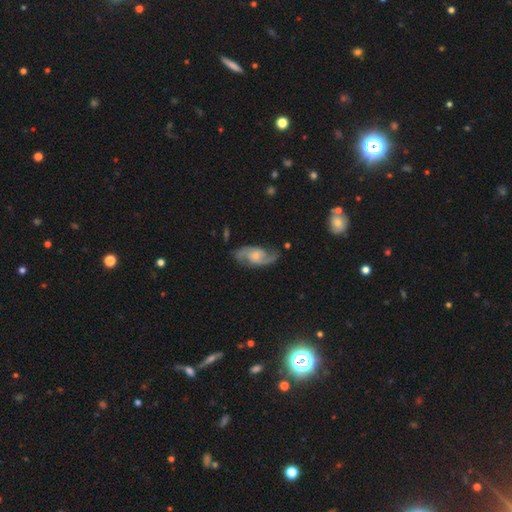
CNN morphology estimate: A featured or disk galaxy (85%) with no bar (61%), 2 (89%) medium (51%) spiral arms (96%) and a small central bulge (48%). Merging: none (75%).